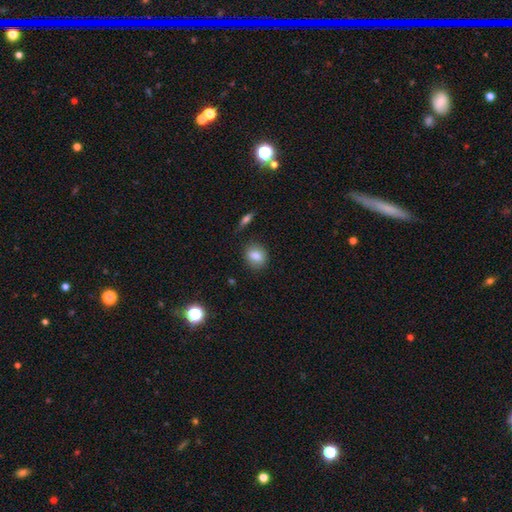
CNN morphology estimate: A smooth galaxy with no disk features (84%) that is round (53%). Merging: none (80%).